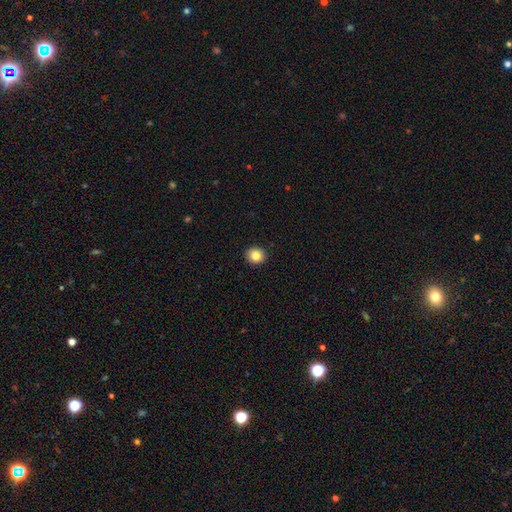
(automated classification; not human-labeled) Morphology: type=smooth (83%); roundness=round (85%); merging=none (93%).